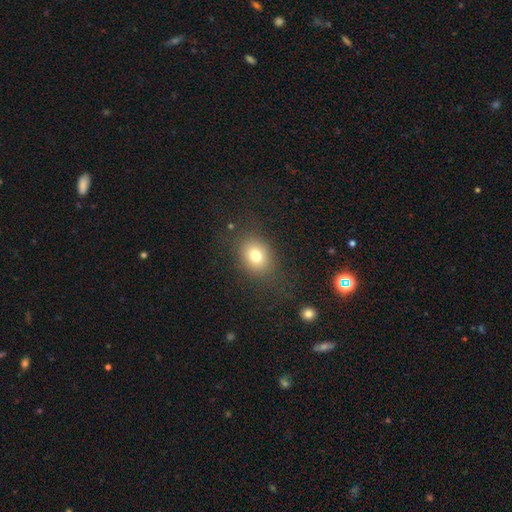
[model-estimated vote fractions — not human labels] The model was most divided on "how rounded": round: 52%, in between: 47%, cigar-shaped: 1%. More confident: merging — none (79%); smooth or featured — smooth (75%).